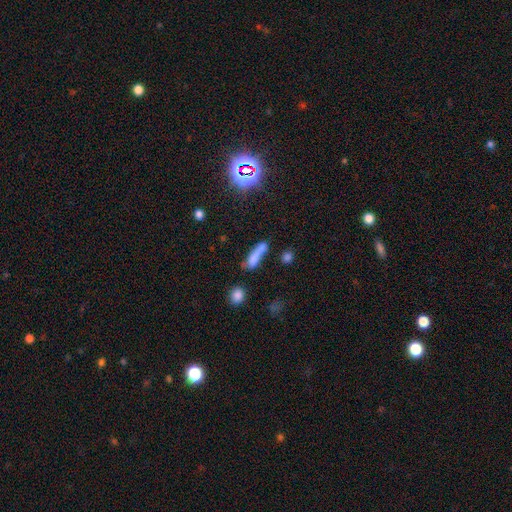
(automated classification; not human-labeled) The model was most divided on "merging": none: 40%, merger: 24%, minor disturbance: 22%, major disturbance: 14%. More confident: smooth or featured — smooth (71%); how rounded — cigar-shaped (64%).